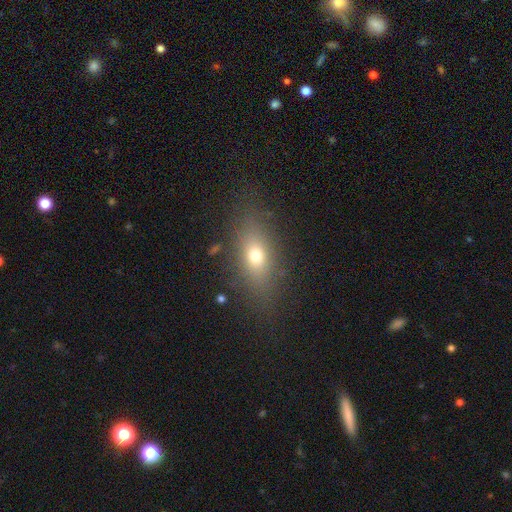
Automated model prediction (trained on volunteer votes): Smooth or featured? Predicted: smooth (p=0.69). How rounded? Predicted: in between (p=0.72). Merging? Predicted: none (p=0.79).